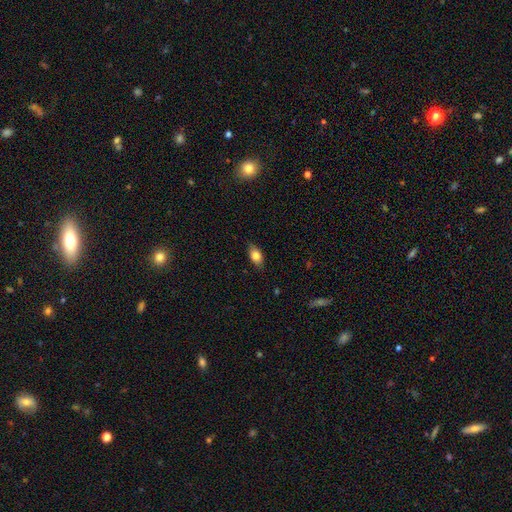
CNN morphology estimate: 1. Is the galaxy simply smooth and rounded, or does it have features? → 80% smooth, 12% featured or disk, 8% star or artifact.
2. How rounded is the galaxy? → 87% in between, 8% round, 5% cigar-shaped.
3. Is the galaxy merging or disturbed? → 81% none, 15% minor disturbance, 3% major disturbance, 1% merger.